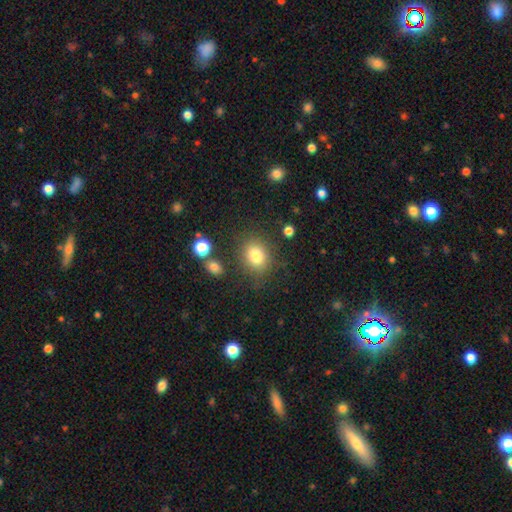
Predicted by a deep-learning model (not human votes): This appears to be a smooth galaxy with no disk features (80%) that is round (59%). Merging: none (80%).